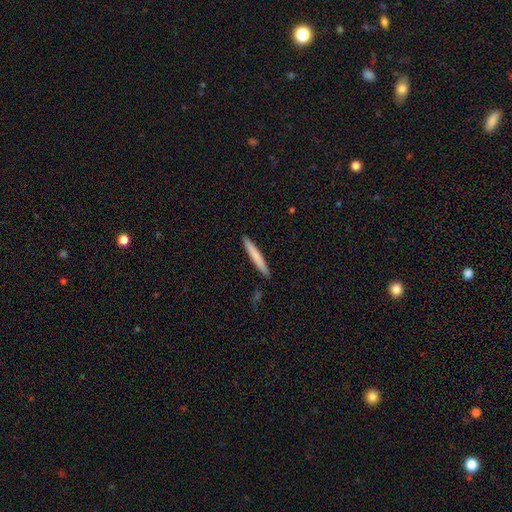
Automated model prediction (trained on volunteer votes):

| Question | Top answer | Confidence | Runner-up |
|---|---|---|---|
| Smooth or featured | smooth | 74% | featured or disk (20%) |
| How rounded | cigar-shaped | 96% | in between (3%) |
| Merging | none | 92% | minor disturbance (6%) |